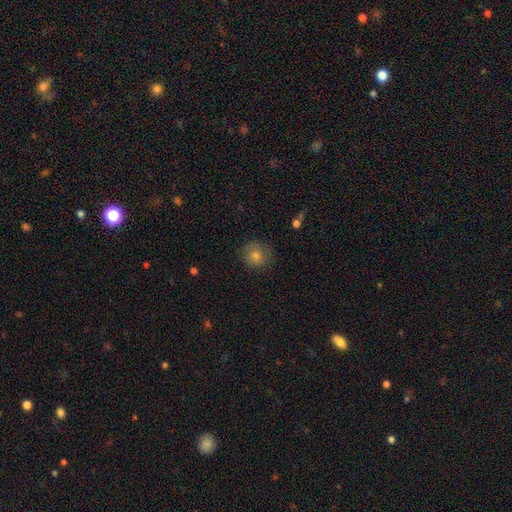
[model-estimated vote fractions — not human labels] This is likely a smooth galaxy (72%). How rounded: clearly round (91%). Merging: likely none (79%).